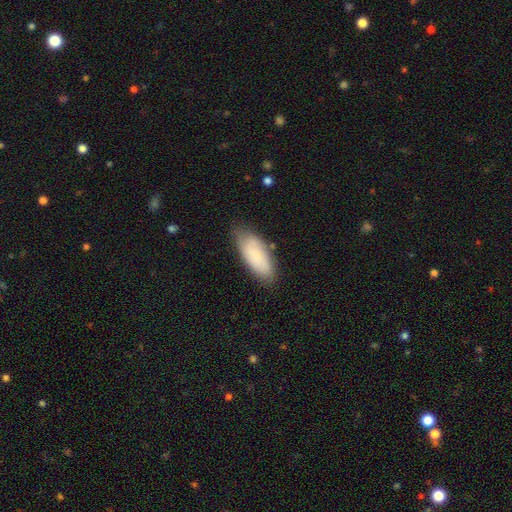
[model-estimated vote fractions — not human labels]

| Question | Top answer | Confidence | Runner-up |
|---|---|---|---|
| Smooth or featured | smooth | 75% | featured or disk (18%) |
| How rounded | in between | 82% | cigar-shaped (16%) |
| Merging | none | 74% | minor disturbance (20%) |